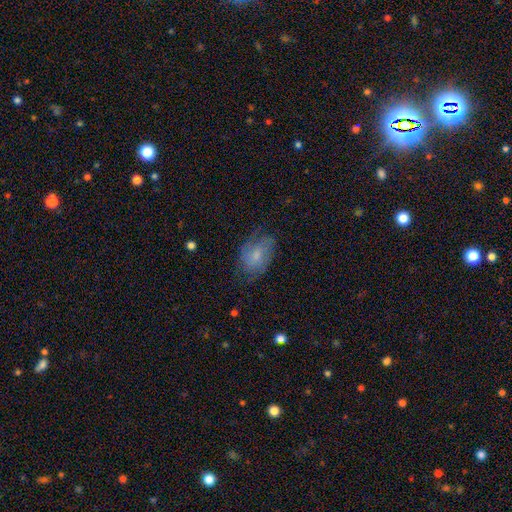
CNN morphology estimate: Smooth or featured? smooth (56%)
How rounded? in between (86%)
Merging? none (57%)